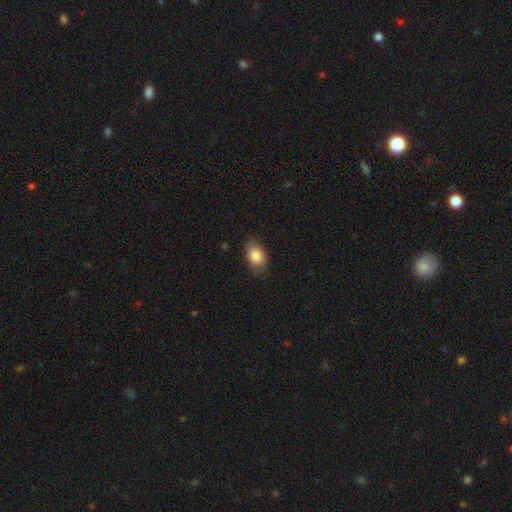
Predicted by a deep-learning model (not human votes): Smooth or featured?
  - smooth: 85% *
  - featured or disk: 8%
  - star or artifact: 7%
How rounded?
  - in between: 86% *
  - round: 13%
  - cigar-shaped: 2%
Merging?
  - none: 79% *
  - minor disturbance: 16%
  - major disturbance: 4%
  - merger: 1%